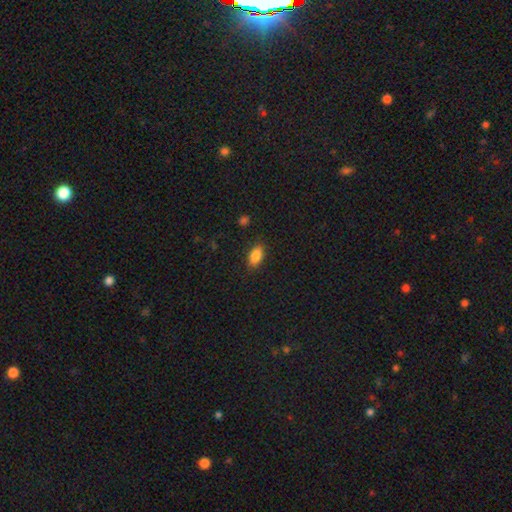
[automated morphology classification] Overall: smooth (83%). How rounded: in between (87%). Merging: none (85%).